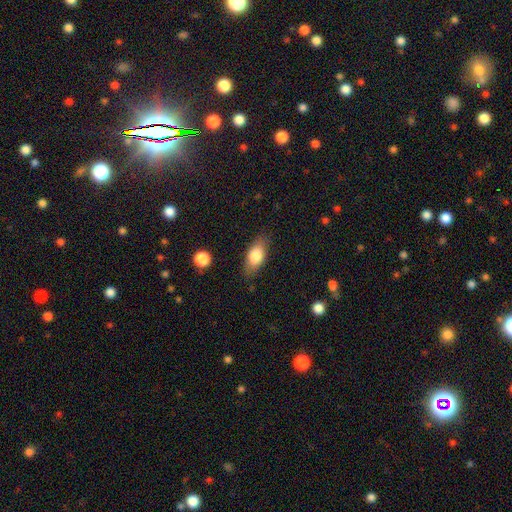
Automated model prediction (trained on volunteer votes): Smooth or featured? Predicted: smooth (p=0.78). How rounded? Predicted: in between (p=0.85). Merging? Predicted: none (p=0.82).